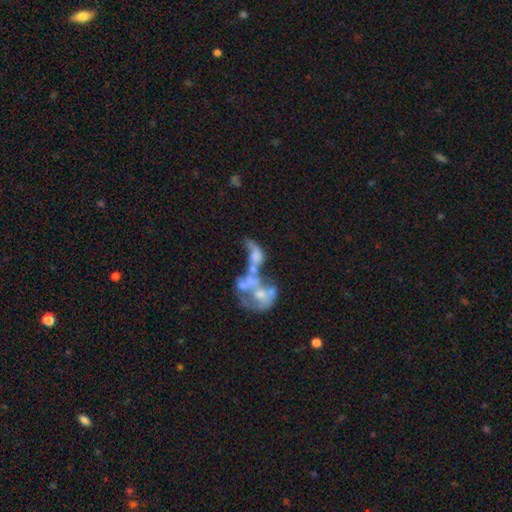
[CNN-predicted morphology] smooth_or_featured: featured or disk (p=0.57) [alt: smooth p=0.29]
disk_edge_on: no (p=0.97) [alt: yes p=0.03]
bar: no (p=0.88) [alt: weak p=0.08]
has_spiral_arms: no (p=0.85) [alt: yes p=0.15]
bulge_size: none (p=0.57) [alt: moderate p=0.21]
merging: merger (p=0.63) [alt: major disturbance p=0.22]